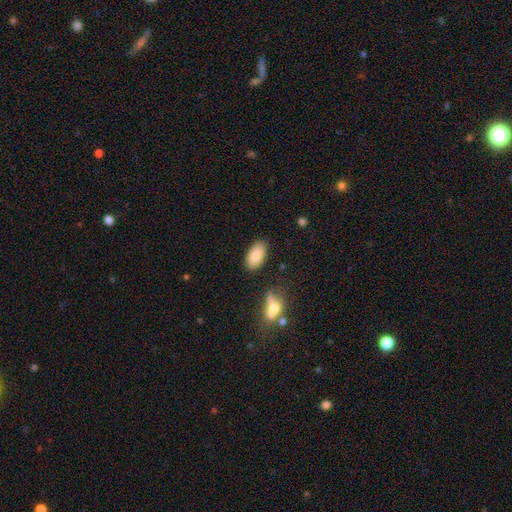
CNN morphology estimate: type=smooth (85%); roundness=in between (94%); merging=none (84%).